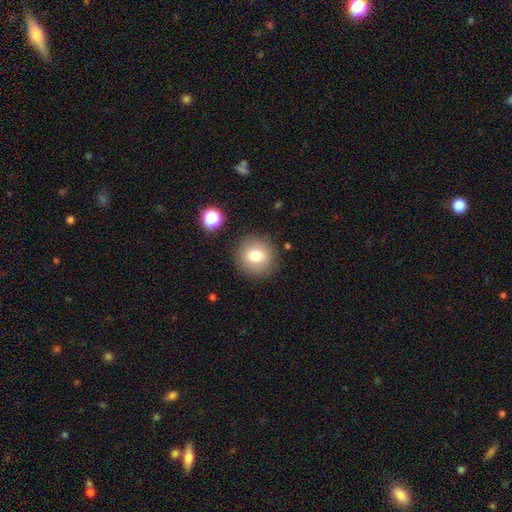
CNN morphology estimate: The model was most divided on "smooth or featured": smooth: 77%, featured or disk: 13%, star or artifact: 11%. More confident: how rounded — round (90%); merging — none (86%).